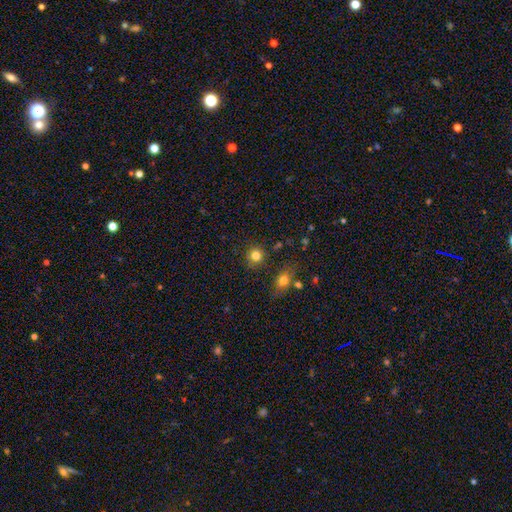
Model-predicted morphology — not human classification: A smooth galaxy with no disk features (81%) that is round (90%). Merging: none (85%).